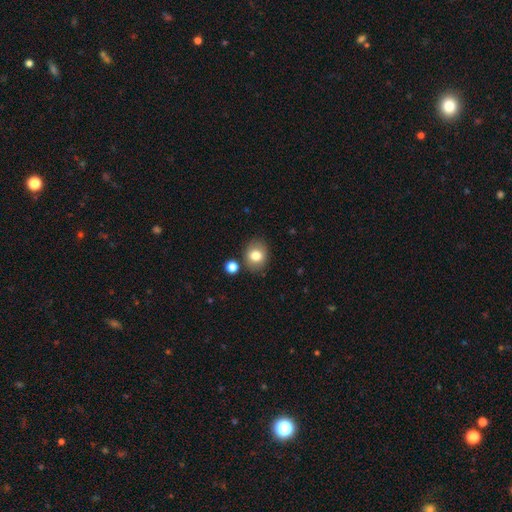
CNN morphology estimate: smooth-or-featured: smooth: 79% | featured or disk: 11% | star or artifact: 10%
  how-rounded: round: 58% | in between: 41% | cigar-shaped: 1%
  merging: none: 80% | minor disturbance: 11% | merger: 6% | major disturbance: 3%